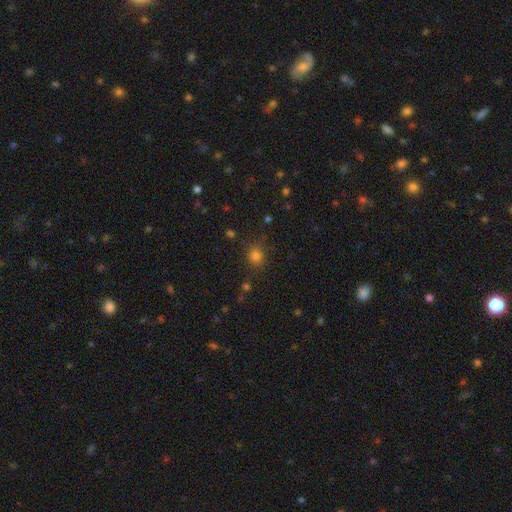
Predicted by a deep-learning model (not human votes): smooth_or_featured: smooth (p=0.78) [alt: star or artifact p=0.17]
how_rounded: round (p=0.79) [alt: in between p=0.20]
merging: none (p=0.82) [alt: minor disturbance p=0.11]